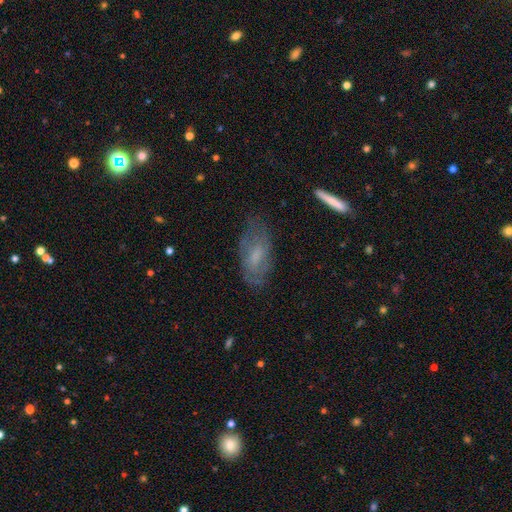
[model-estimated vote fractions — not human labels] Smooth or featured?
  - smooth: 48% *
  - featured or disk: 45%
  - star or artifact: 8%
Merging?
  - none: 61% *
  - minor disturbance: 25%
  - major disturbance: 12%
  - merger: 2%